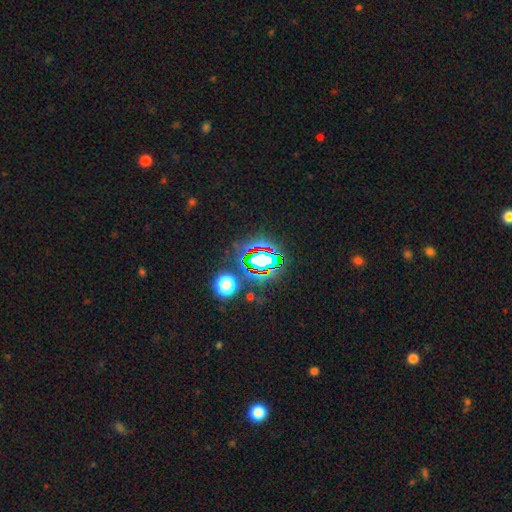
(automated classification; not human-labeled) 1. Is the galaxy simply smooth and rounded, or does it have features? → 73% star or artifact, 17% smooth, 9% featured or disk.